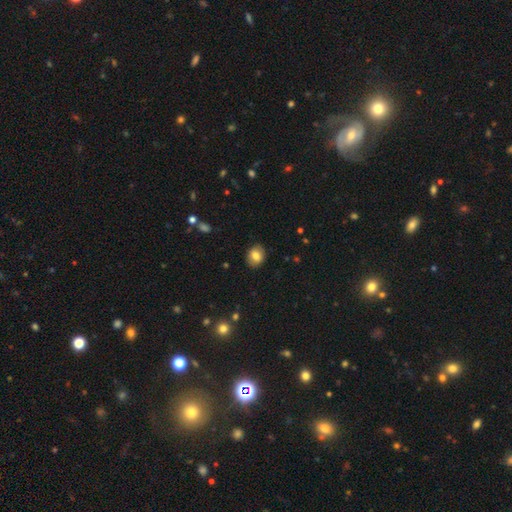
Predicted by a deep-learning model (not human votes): Smooth or featured: smooth — 78% (featured or disk — 14%)
How rounded: round — 51% (in between — 48%)
Merging: none — 88% (minor disturbance — 9%)